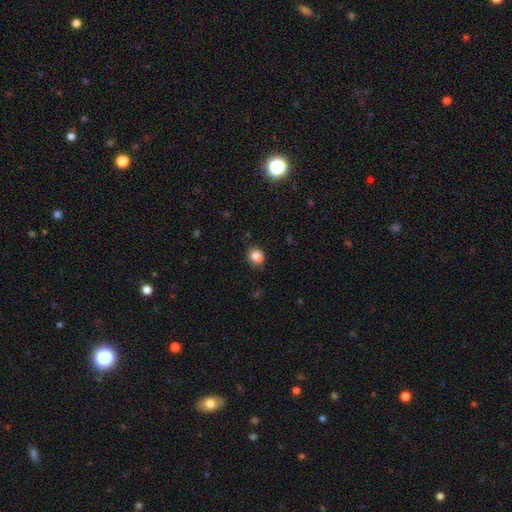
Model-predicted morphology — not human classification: A smooth galaxy with no disk features (84%) that is round (67%).

Vote fractions:
- Smooth or featured? smooth: 84% / star or artifact: 10% / featured or disk: 6%
- How rounded? round: 67% / in between: 32% / cigar-shaped: 1%
- Merging? none: 75% / minor disturbance: 18% / major disturbance: 4% / merger: 3%